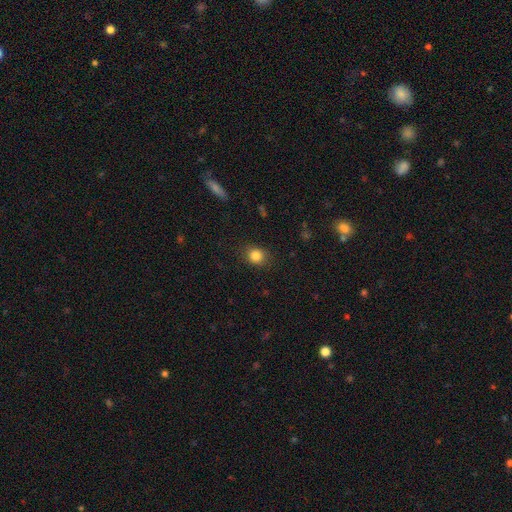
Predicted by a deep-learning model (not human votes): Smooth or featured?
  - smooth: 84% *
  - star or artifact: 11%
  - featured or disk: 5%
How rounded?
  - round: 70% *
  - in between: 29%
  - cigar-shaped: 1%
Merging?
  - none: 86% *
  - minor disturbance: 10%
  - major disturbance: 3%
  - merger: 1%